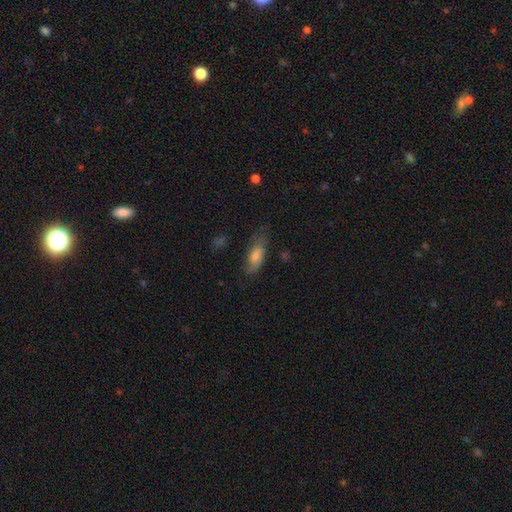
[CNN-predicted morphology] smooth_or_featured: smooth (p=0.61) [alt: featured or disk p=0.30]
how_rounded: in between (p=0.74) [alt: cigar-shaped p=0.22]
merging: none (p=0.61) [alt: minor disturbance p=0.27]